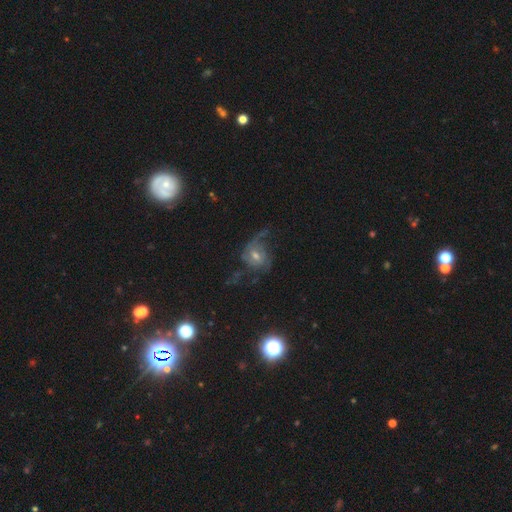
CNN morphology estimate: Smooth or featured? featured or disk (66%)
Edge-on disk? no (97%)
Bar? no (55%)
Spiral arms? yes (83%)
Spiral winding? loose (48%)
Spiral arm count? 2 (42%)
Bulge size? moderate (51%)
Merging? none (41%)